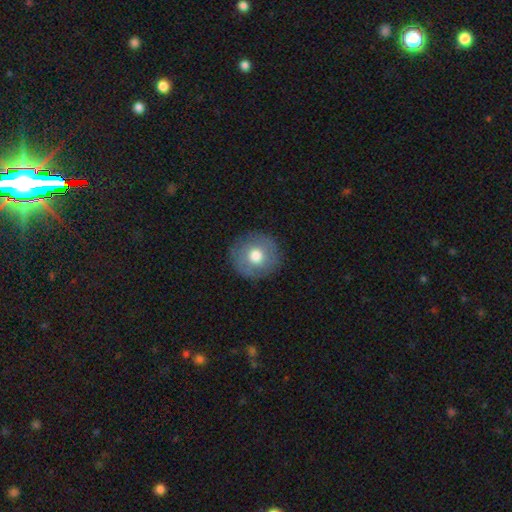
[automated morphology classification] Q: Smooth or featured?
A: smooth (66%); runner-up: featured or disk (25%)
Q: How rounded?
A: round (94%); runner-up: in between (5%)
Q: Merging?
A: none (87%); runner-up: minor disturbance (9%)